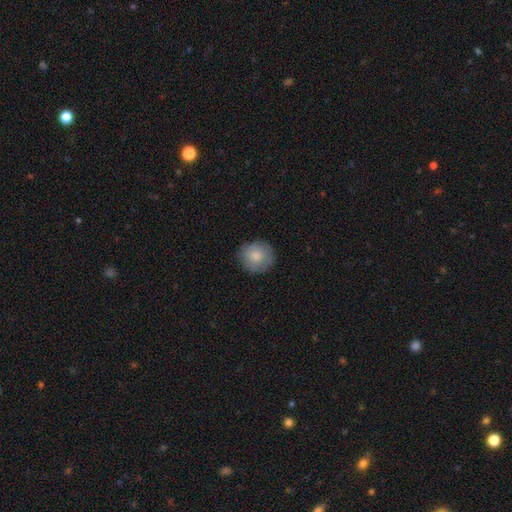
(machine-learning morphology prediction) Smooth or featured?
  - smooth: 81% *
  - featured or disk: 12%
  - star or artifact: 7%
How rounded?
  - round: 85% *
  - in between: 14%
  - cigar-shaped: 1%
Merging?
  - none: 82% *
  - minor disturbance: 14%
  - major disturbance: 3%
  - merger: 1%